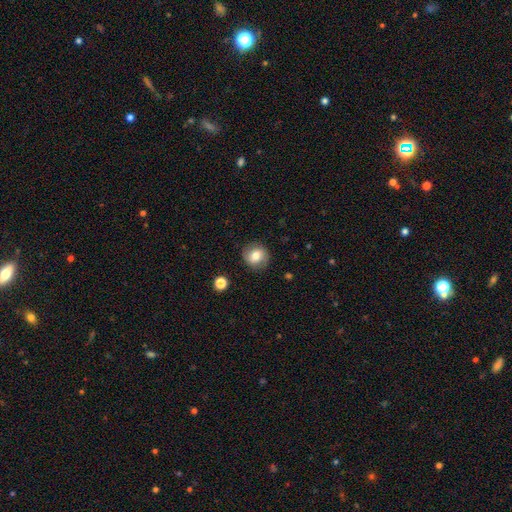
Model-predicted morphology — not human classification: Q: Smooth or featured?
A: smooth (74%); runner-up: featured or disk (17%)
Q: How rounded?
A: round (89%); runner-up: in between (10%)
Q: Merging?
A: none (87%); runner-up: minor disturbance (9%)